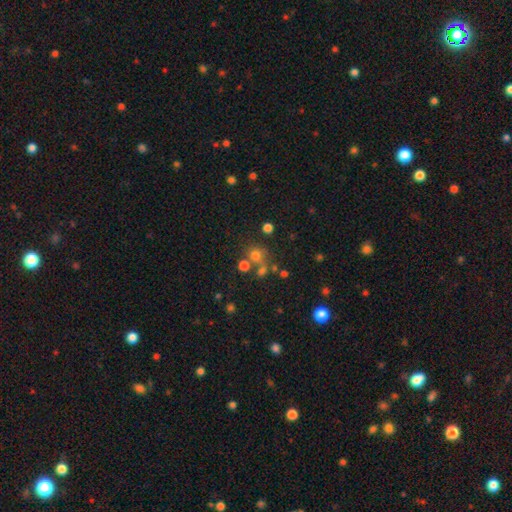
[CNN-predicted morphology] Smooth or featured?
  - smooth: 66% *
  - star or artifact: 22%
  - featured or disk: 12%
How rounded?
  - round: 85% *
  - in between: 14%
  - cigar-shaped: 1%
Merging?
  - none: 58% *
  - merger: 26%
  - minor disturbance: 10%
  - major disturbance: 7%